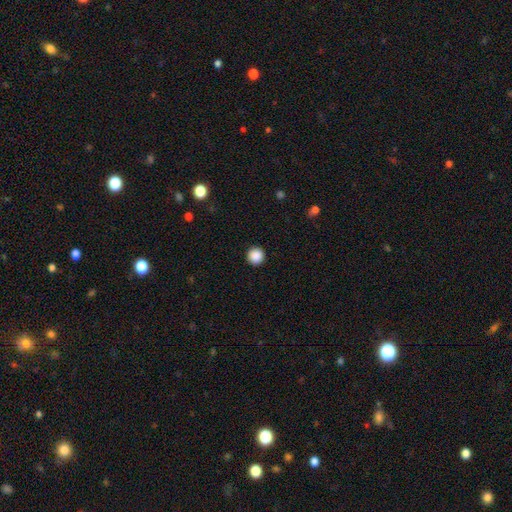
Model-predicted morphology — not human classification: Q: Smooth or featured?
A: smooth (89%); runner-up: star or artifact (9%)
Q: How rounded?
A: round (96%); runner-up: in between (3%)
Q: Merging?
A: none (93%); runner-up: minor disturbance (4%)